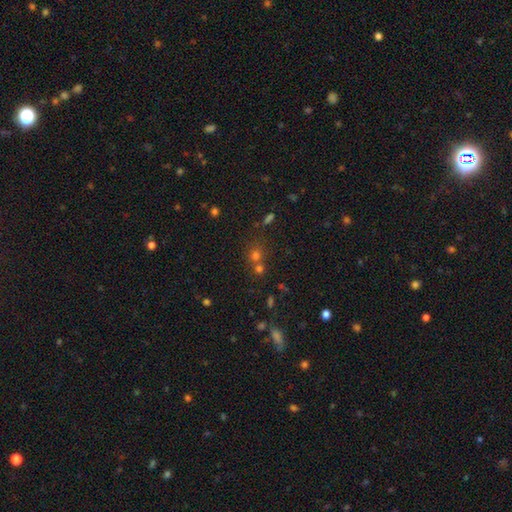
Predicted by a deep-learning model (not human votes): This is possibly a smooth galaxy (54%). How rounded: clearly round (83%). Merging: possibly none (59%).